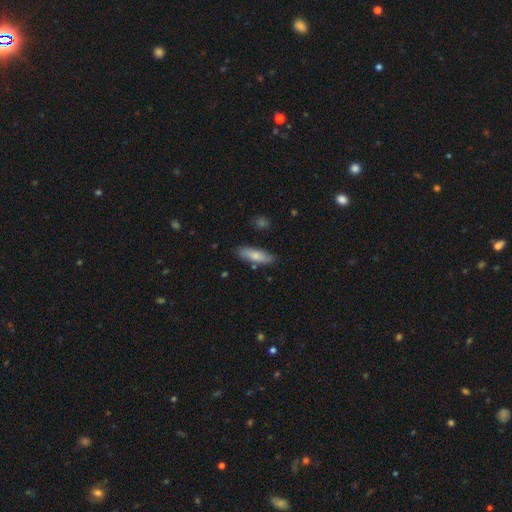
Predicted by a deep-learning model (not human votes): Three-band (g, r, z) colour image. It shows a smooth galaxy with no disk features (76%) that is cigar-shaped (54%). Merging: none (83%).